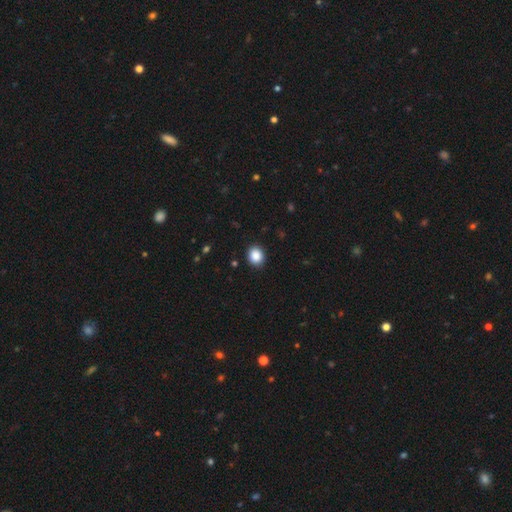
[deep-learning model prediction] Smooth or featured? Predicted: smooth (p=0.88). How rounded? Predicted: round (p=0.66). Merging? Predicted: none (p=0.90).